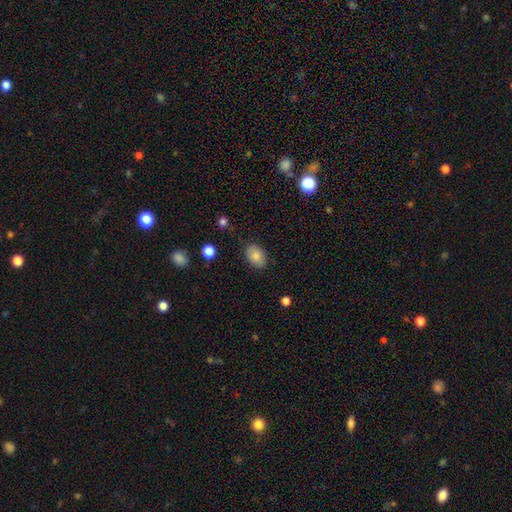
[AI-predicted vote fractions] Smooth or featured? Predicted: smooth (p=0.82). How rounded? Predicted: in between (p=0.85). Merging? Predicted: none (p=0.83).